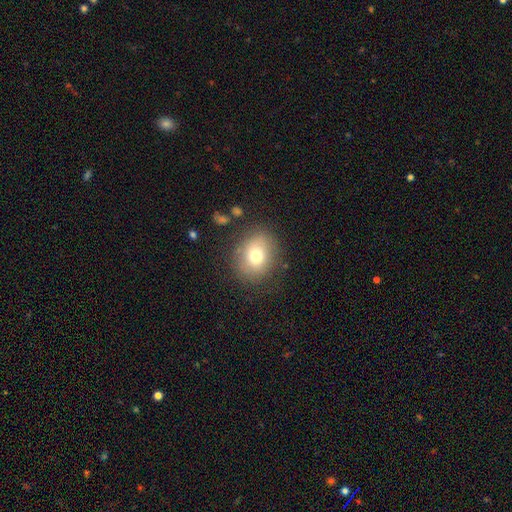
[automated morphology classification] Smooth or featured: smooth — 72% (featured or disk — 16%)
How rounded: round — 67% (in between — 32%)
Merging: none — 79% (minor disturbance — 13%)